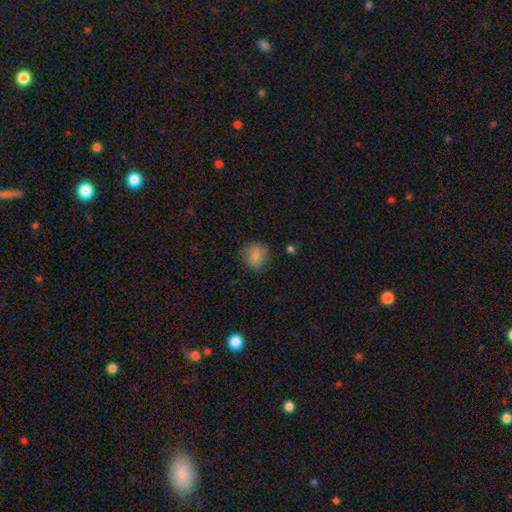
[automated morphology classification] smooth 79%, featured or disk 11%, star or artifact 10%. Down the decision tree: how rounded — round (71%); merging — none (73%).